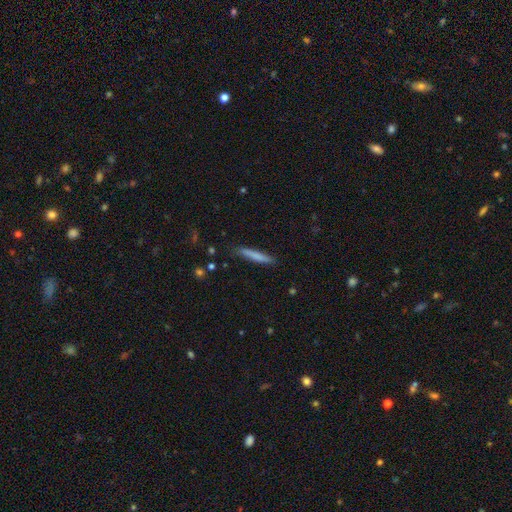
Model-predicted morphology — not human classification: A smooth galaxy with no disk features (74%) that is cigar-shaped (94%).

Vote fractions:
- Smooth or featured? smooth: 74% / featured or disk: 20% / star or artifact: 6%
- How rounded? cigar-shaped: 94% / in between: 5% / round: 1%
- Merging? none: 87% / minor disturbance: 10% / major disturbance: 2% / merger: 1%